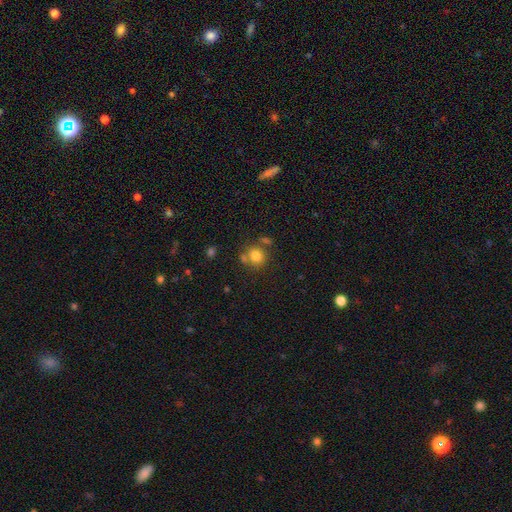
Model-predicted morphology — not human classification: This is likely a smooth galaxy (79%). How rounded: clearly round (84%). Merging: likely none (64%).